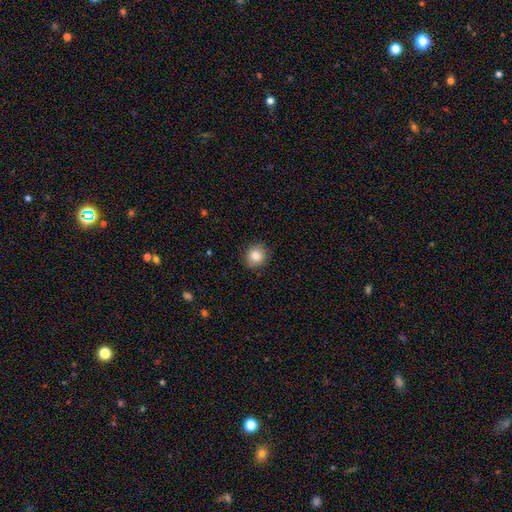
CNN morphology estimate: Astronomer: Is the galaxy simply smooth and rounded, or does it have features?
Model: smooth — 84%.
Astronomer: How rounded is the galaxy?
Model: round — 85%.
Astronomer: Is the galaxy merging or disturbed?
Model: none — 89%.